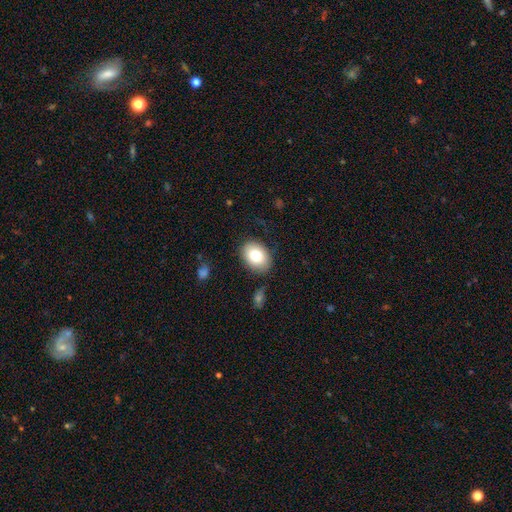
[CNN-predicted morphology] This appears to be a smooth galaxy with no disk features (80%) that is in between round and cigar-shaped (74%). Merging: none (82%).